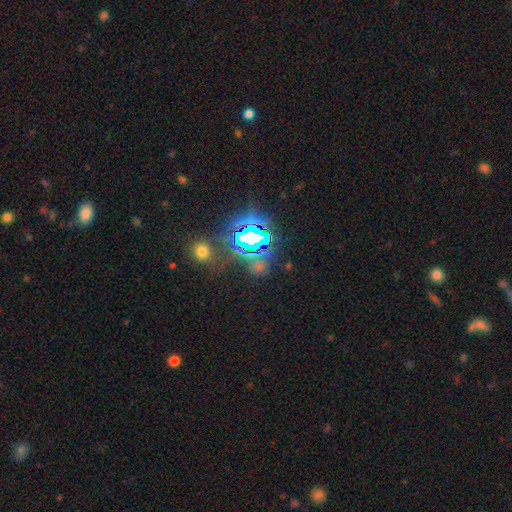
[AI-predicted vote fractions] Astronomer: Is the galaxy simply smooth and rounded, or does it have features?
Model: star or artifact — 78%.